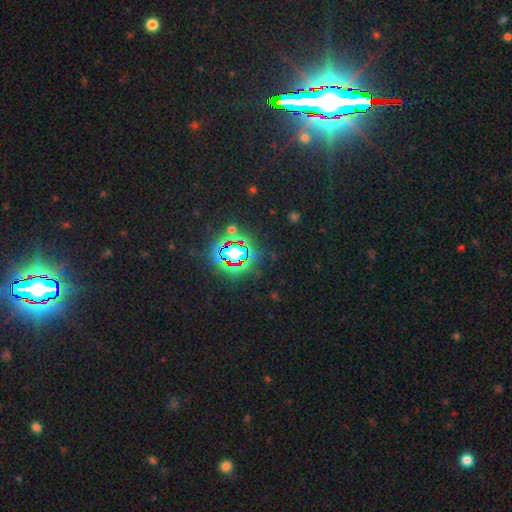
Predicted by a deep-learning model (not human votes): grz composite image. It shows a star or artifact, not a galaxy (85%).